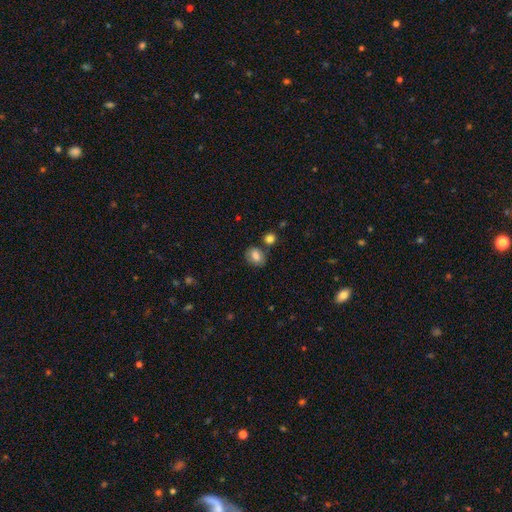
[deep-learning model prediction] A smooth galaxy with no disk features (78%) that is in between round and cigar-shaped (56%).

Vote fractions:
- Smooth or featured? smooth: 78% / featured or disk: 13% / star or artifact: 9%
- How rounded? in between: 56% / round: 43% / cigar-shaped: 1%
- Merging? none: 72% / minor disturbance: 14% / merger: 10% / major disturbance: 4%